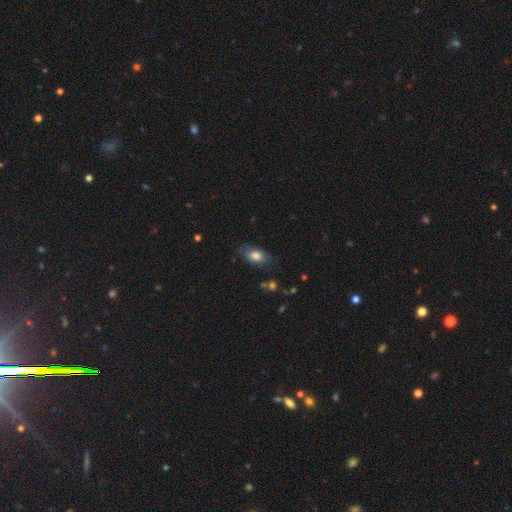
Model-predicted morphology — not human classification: This appears to be a smooth galaxy with no disk features (80%) that is in between round and cigar-shaped (89%). Merging: none (74%).